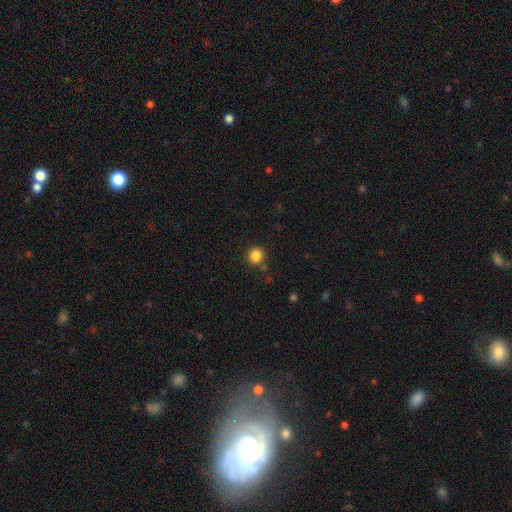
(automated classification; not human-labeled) This appears to be a smooth galaxy with no disk features (85%) that is round (86%). Merging: none (85%).